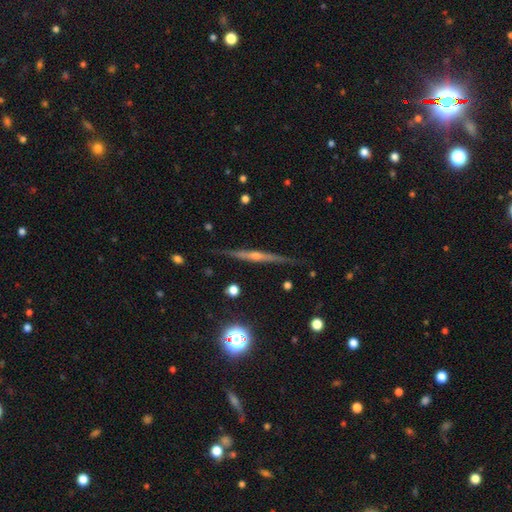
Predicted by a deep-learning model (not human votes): Smooth or featured? Predicted: featured or disk (p=0.75). Edge-on disk? Predicted: yes (p=0.97). Edge-on bulge? Predicted: rounded (p=0.74). Merging? Predicted: none (p=0.86).